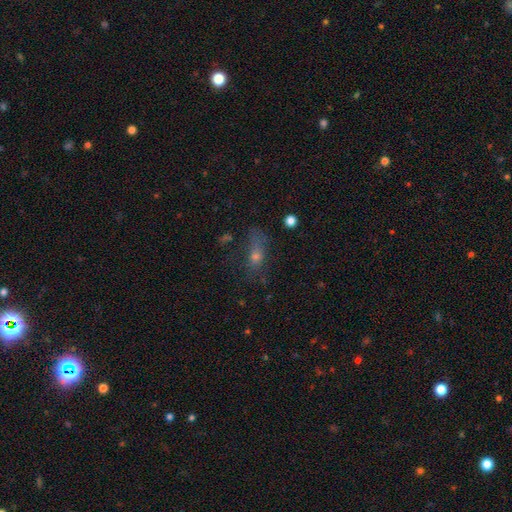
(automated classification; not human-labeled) smooth 48%, featured or disk 28%, star or artifact 24%. Down the decision tree: merging — none (49%).